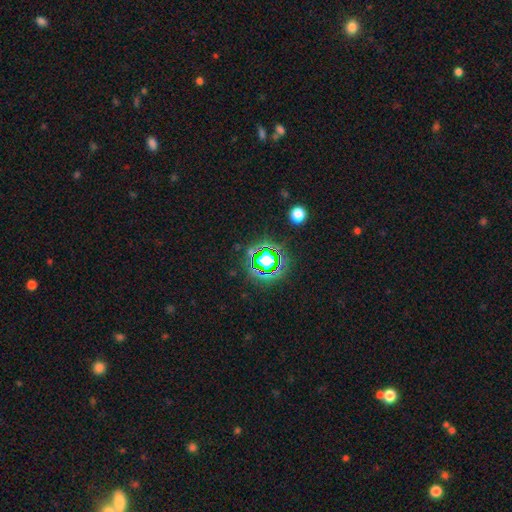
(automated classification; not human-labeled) Smooth or featured: star or artifact — 74% (smooth — 16%)